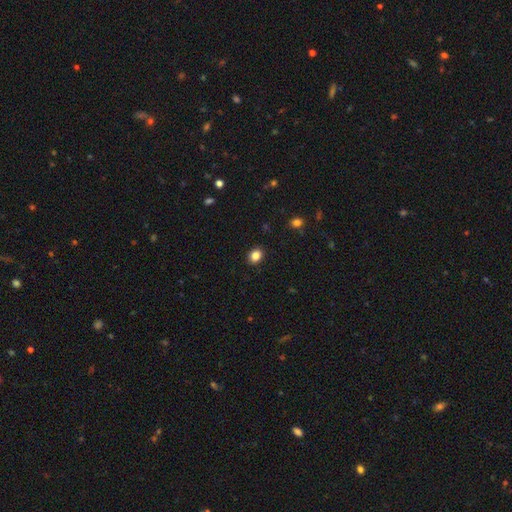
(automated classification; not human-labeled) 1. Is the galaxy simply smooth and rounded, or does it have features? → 85% smooth, 11% star or artifact, 5% featured or disk.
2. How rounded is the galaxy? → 51% round, 48% in between, 1% cigar-shaped.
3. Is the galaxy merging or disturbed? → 90% none, 7% minor disturbance, 2% major disturbance, 1% merger.